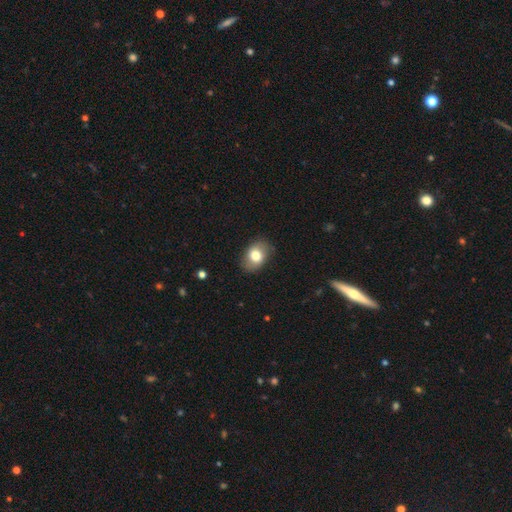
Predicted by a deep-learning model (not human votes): Smooth or featured? Predicted: smooth (p=0.75). How rounded? Predicted: in between (p=0.76). Merging? Predicted: none (p=0.81).